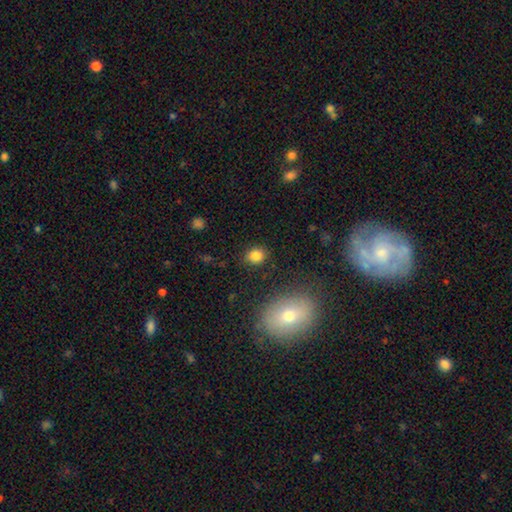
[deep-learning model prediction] Overall: smooth (83%). How rounded: round (65%; in between 34%). Merging: none (86%).